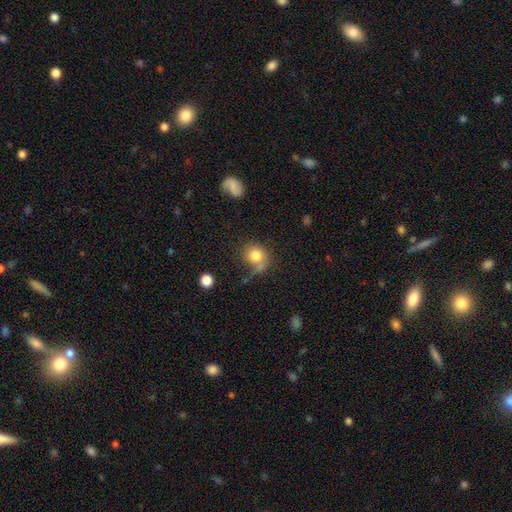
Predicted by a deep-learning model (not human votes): smooth-or-featured: smooth: 77% | featured or disk: 14% | star or artifact: 9%
  how-rounded: round: 77% | in between: 22% | cigar-shaped: 1%
  merging: none: 51% | minor disturbance: 20% | major disturbance: 17% | merger: 13%